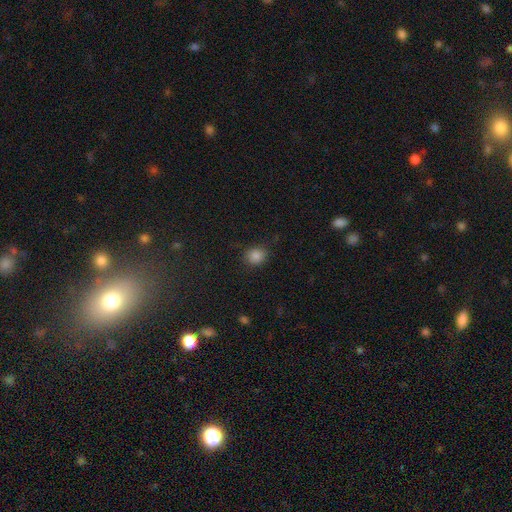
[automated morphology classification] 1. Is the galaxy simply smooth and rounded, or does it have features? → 84% smooth, 12% star or artifact, 4% featured or disk.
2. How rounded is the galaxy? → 70% round, 29% in between, 1% cigar-shaped.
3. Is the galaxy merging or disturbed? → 81% none, 14% minor disturbance, 4% major disturbance, 1% merger.